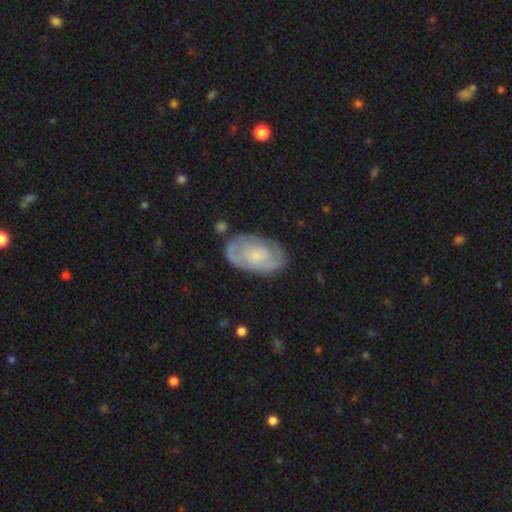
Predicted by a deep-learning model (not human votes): featured or disk 70%, smooth 24%, star or artifact 6%. Down the decision tree: edge-on disk — no (96%); bar — no (71%); spiral arms — yes (86%); spiral arm count — 2 (54%); spiral winding — tight (59%); bulge size — small (66%); merging — none (76%).